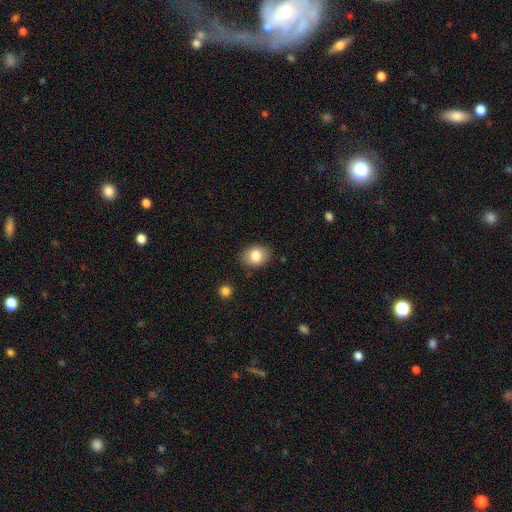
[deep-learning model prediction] Smooth or featured? smooth (83%)
How rounded? in between (57%)
Merging? none (85%)